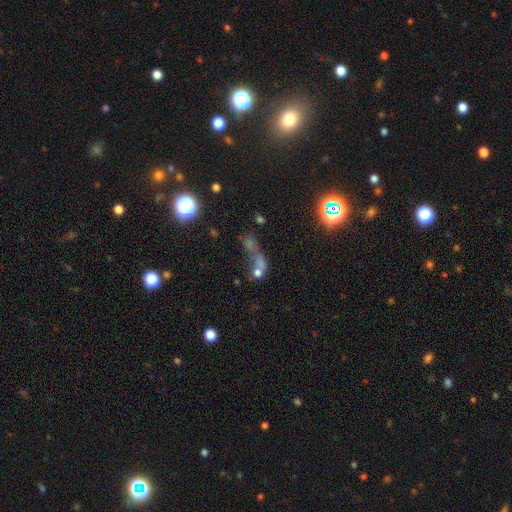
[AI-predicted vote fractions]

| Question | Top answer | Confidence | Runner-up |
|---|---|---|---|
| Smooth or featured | star or artifact | 43% | smooth (37%) |